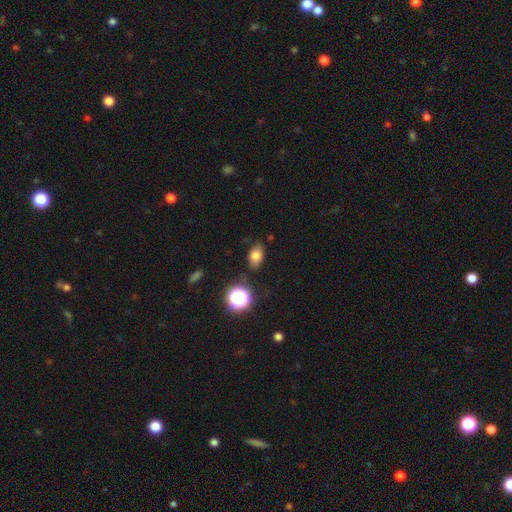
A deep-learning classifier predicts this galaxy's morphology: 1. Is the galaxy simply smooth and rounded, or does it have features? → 77% smooth, 14% star or artifact, 9% featured or disk.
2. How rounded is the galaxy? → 80% in between, 18% round, 2% cigar-shaped.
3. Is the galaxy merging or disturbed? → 79% none, 15% minor disturbance, 4% major disturbance, 3% merger.